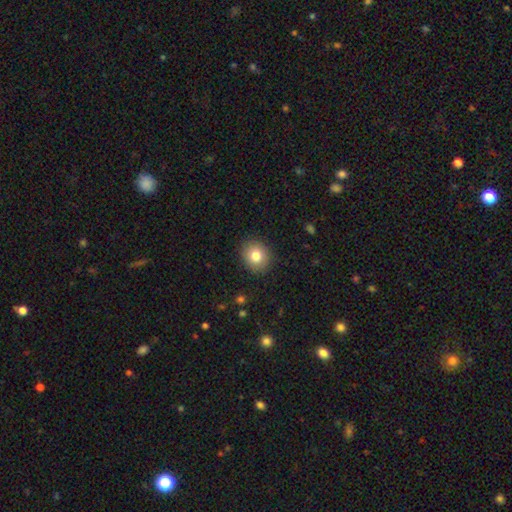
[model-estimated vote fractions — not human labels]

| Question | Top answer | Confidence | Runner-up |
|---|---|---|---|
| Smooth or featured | smooth | 81% | star or artifact (10%) |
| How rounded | round | 74% | in between (25%) |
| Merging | none | 90% | minor disturbance (7%) |